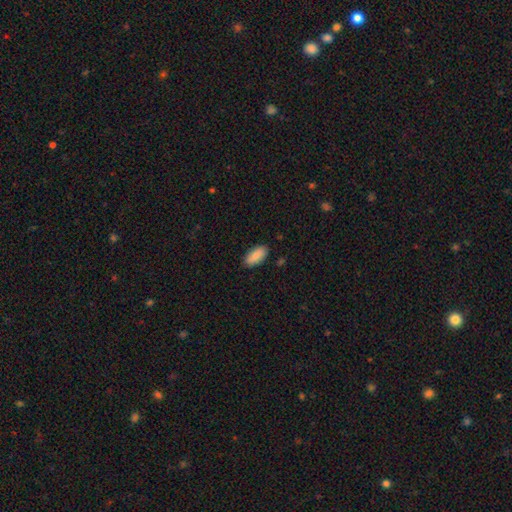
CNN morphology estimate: A smooth galaxy with no disk features (90%) that is in between round and cigar-shaped (90%). Merging: none (87%).